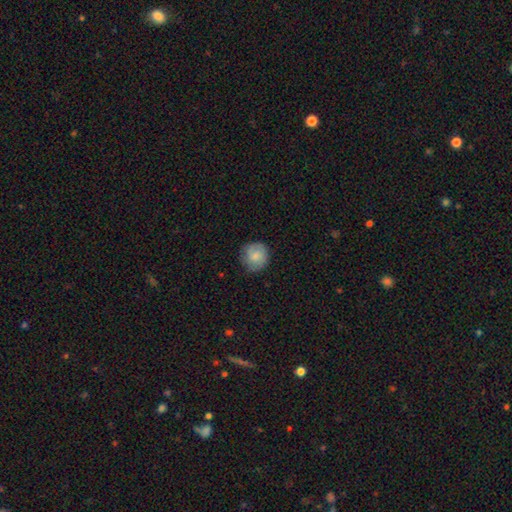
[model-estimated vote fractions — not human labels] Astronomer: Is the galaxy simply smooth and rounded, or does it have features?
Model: smooth — 69%.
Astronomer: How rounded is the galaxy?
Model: round — 89%.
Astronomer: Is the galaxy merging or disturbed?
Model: none — 79%.